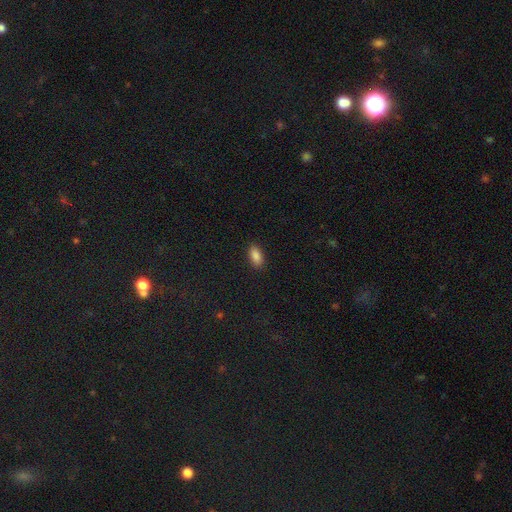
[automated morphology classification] Smooth or featured? smooth (87%)
How rounded? in between (91%)
Merging? none (89%)